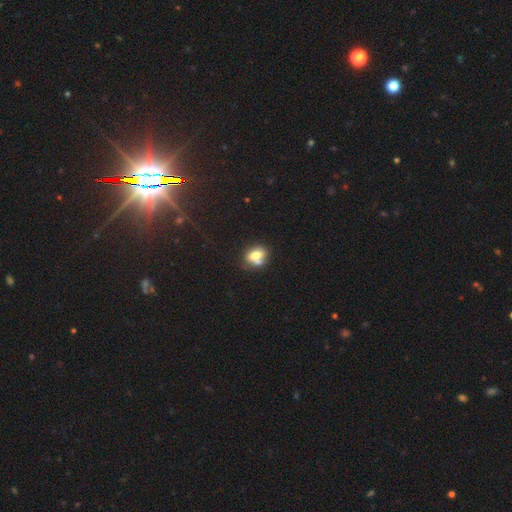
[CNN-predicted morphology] This appears to be a smooth galaxy with no disk features (68%) that is round (50%). Merging: none (46%).